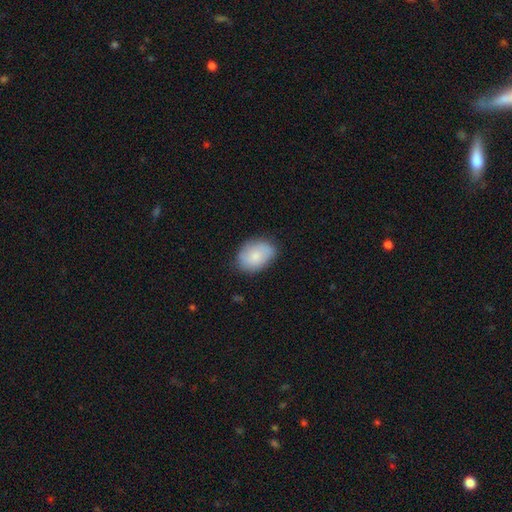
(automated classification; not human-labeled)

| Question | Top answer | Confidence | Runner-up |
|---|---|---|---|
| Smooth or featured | smooth | 75% | featured or disk (19%) |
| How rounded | in between | 77% | round (22%) |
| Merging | none | 76% | minor disturbance (19%) |